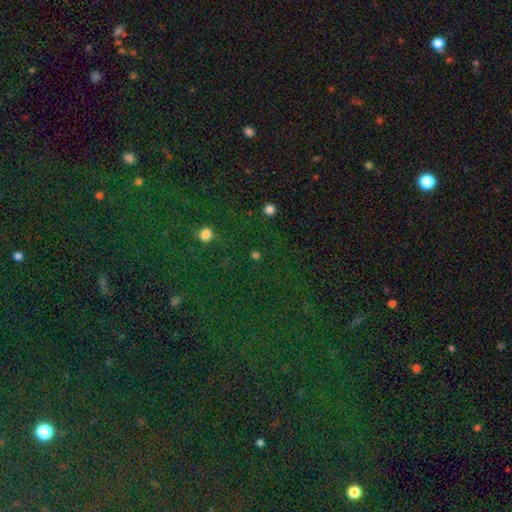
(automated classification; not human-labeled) Smooth or featured?
  - star or artifact: 64% *
  - smooth: 28%
  - featured or disk: 8%